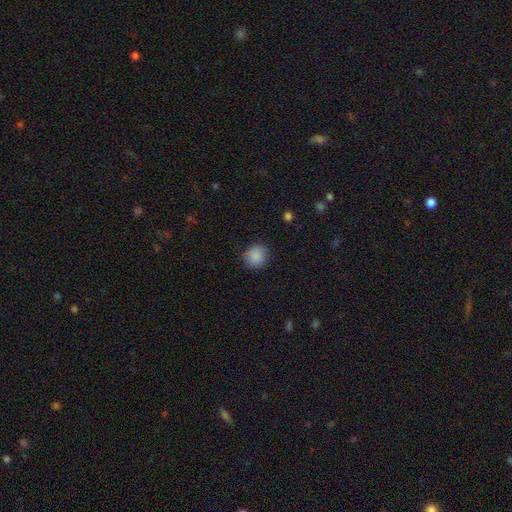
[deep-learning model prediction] This appears to be a smooth galaxy with no disk features (87%) that is round (83%). Merging: none (85%).